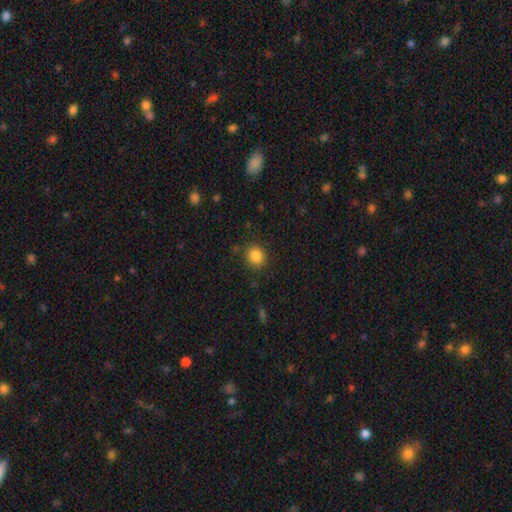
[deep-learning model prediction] Smooth or featured: smooth — 85% (star or artifact — 11%)
How rounded: round — 79% (in between — 20%)
Merging: none — 86% (minor disturbance — 9%)